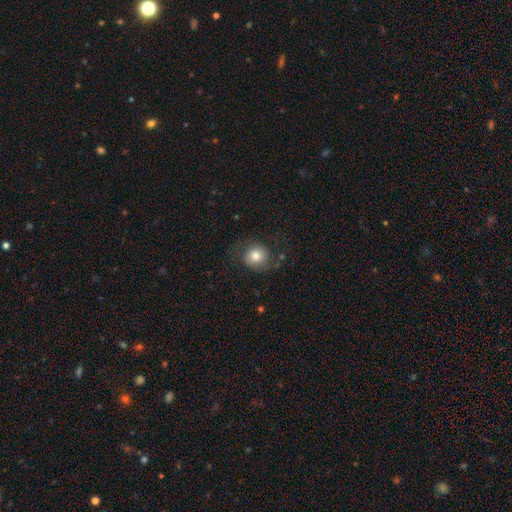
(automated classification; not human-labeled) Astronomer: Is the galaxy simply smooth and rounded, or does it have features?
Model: smooth — 66%.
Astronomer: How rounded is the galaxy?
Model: round — 82%.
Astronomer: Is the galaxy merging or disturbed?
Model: none — 69%.